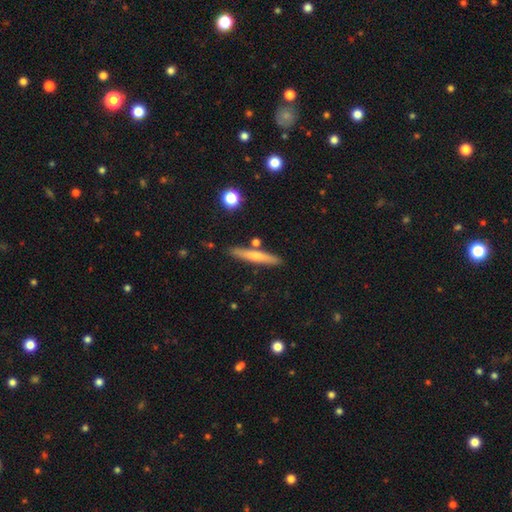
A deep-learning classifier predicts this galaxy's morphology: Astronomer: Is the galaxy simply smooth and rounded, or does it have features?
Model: smooth — 54% (runner-up: featured or disk, 40%).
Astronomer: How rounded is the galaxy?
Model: cigar-shaped — 93%.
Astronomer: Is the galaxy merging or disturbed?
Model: none — 85%.